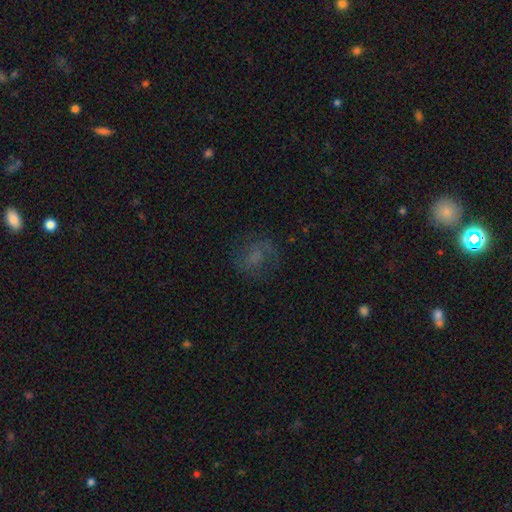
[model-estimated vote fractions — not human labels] This appears to be a smooth galaxy with no disk features (39%). Merging: none (71%).